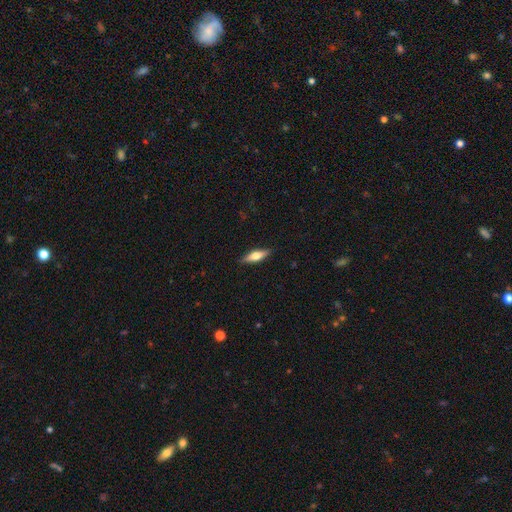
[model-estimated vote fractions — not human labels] Q: Smooth or featured?
A: smooth (51%); runner-up: featured or disk (43%)
Q: How rounded?
A: cigar-shaped (55%); runner-up: in between (43%)
Q: Merging?
A: none (88%); runner-up: minor disturbance (9%)